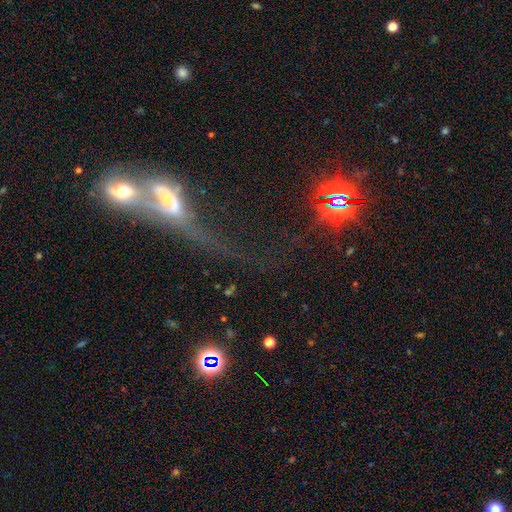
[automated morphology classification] featured or disk 44%, smooth 29%, star or artifact 27%. Down the decision tree: merging — merger (62%).